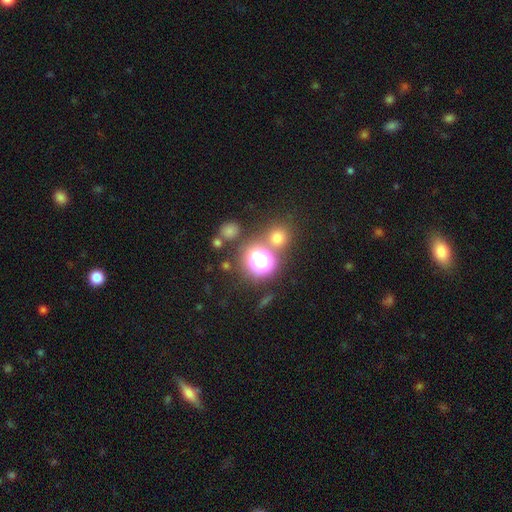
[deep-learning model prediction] Smooth or featured: smooth — 49% (star or artifact — 41%)
Merging: none — 66% (merger — 18%)